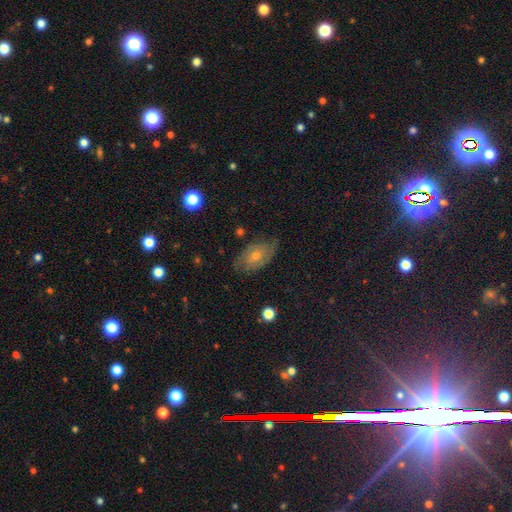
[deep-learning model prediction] The model was most divided on "bulge size": moderate: 48%, small: 47%, large: 2%, none: 2%, dominant: 1%. More confident: edge-on disk — no (93%); spiral arms — yes (82%); merging — none (74%); bar — no (73%); smooth or featured — featured or disk (59%).